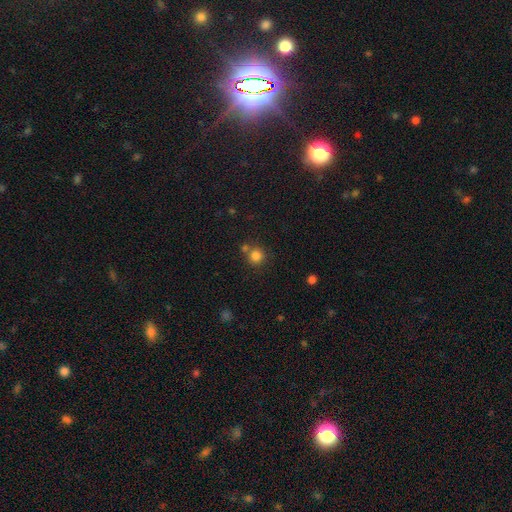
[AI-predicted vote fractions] Morphology: type=smooth (81%); roundness=round (91%); merging=none (66%).